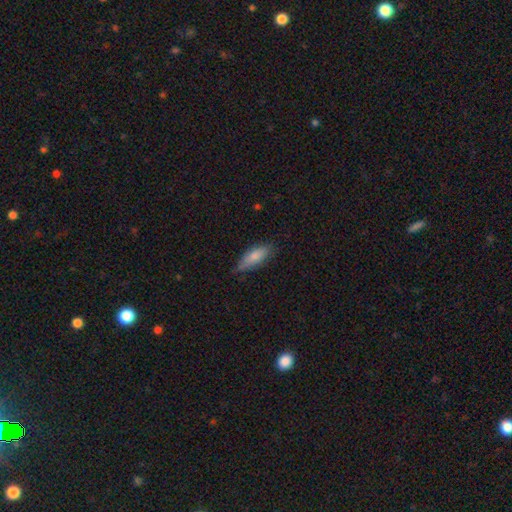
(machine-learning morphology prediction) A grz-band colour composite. It shows a smooth galaxy with no disk features (76%) that is in between round and cigar-shaped (61%). Merging: none (70%).